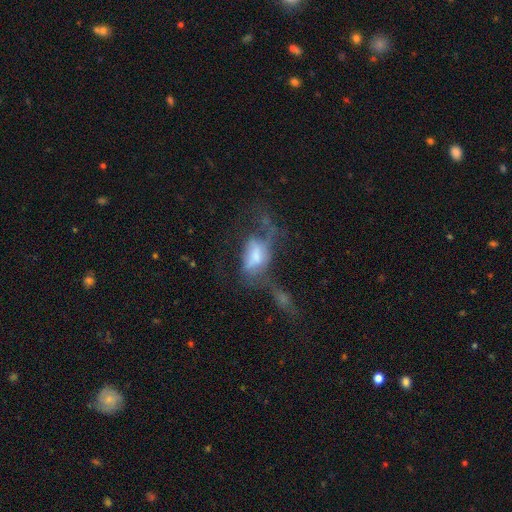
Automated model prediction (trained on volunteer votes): This appears to be a featured or disk galaxy (47%). Merging: major disturbance (50%).